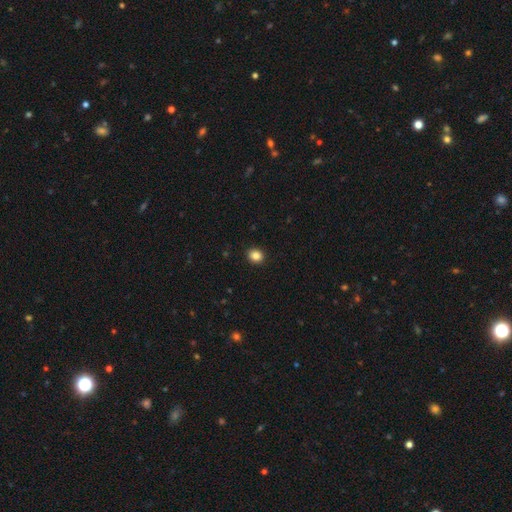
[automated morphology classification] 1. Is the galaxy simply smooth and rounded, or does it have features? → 86% smooth, 10% star or artifact, 4% featured or disk.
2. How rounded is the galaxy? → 73% round, 26% in between, 1% cigar-shaped.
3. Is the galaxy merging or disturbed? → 92% none, 5% minor disturbance, 2% major disturbance, 1% merger.